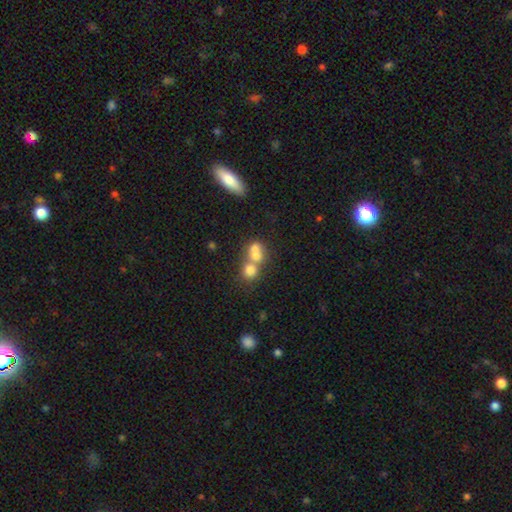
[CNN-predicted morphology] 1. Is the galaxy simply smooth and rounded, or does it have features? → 69% smooth, 19% featured or disk, 12% star or artifact.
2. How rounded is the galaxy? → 65% round, 33% in between, 2% cigar-shaped.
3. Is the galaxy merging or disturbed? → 66% merger, 24% none, 6% minor disturbance, 4% major disturbance.